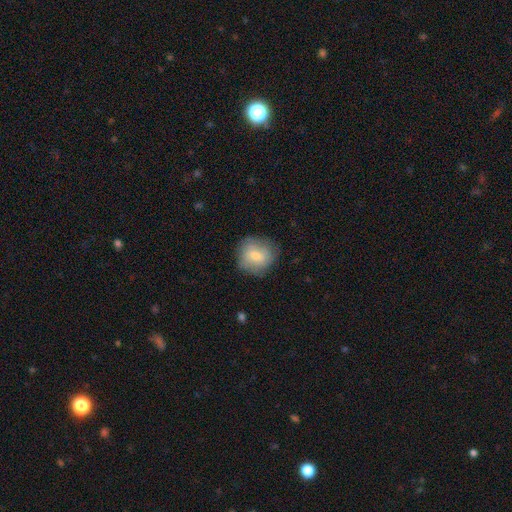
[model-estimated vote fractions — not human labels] Smooth or featured?
  - smooth: 71% *
  - featured or disk: 21%
  - star or artifact: 8%
How rounded?
  - round: 85% *
  - in between: 14%
  - cigar-shaped: 1%
Merging?
  - none: 79% *
  - minor disturbance: 16%
  - major disturbance: 5%
  - merger: 1%